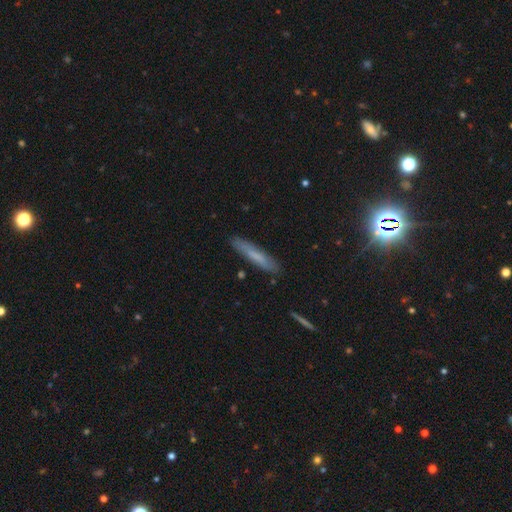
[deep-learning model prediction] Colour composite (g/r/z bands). It shows a smooth galaxy with no disk features (66%) that is cigar-shaped (90%). Merging: none (85%).